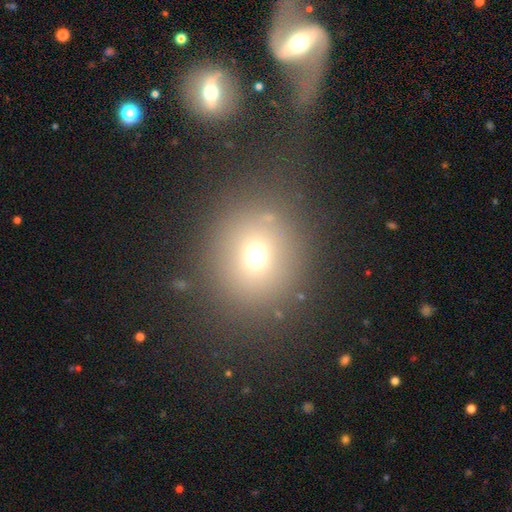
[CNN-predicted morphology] Smooth or featured? Predicted: smooth (p=0.68). How rounded? Predicted: round (p=0.81). Merging? Predicted: none (p=0.76).